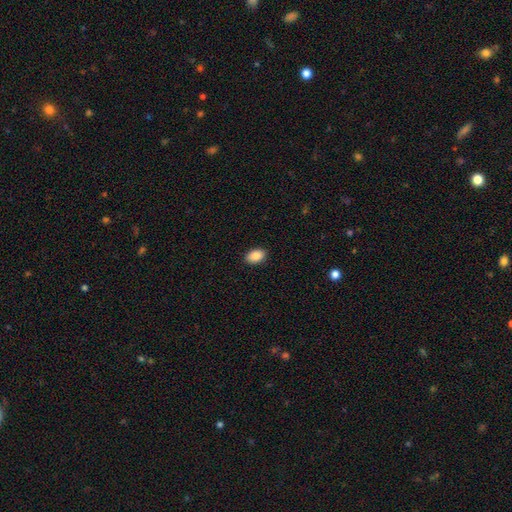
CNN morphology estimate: Overall: smooth (88%). How rounded: in between (89%). Merging: none (90%).